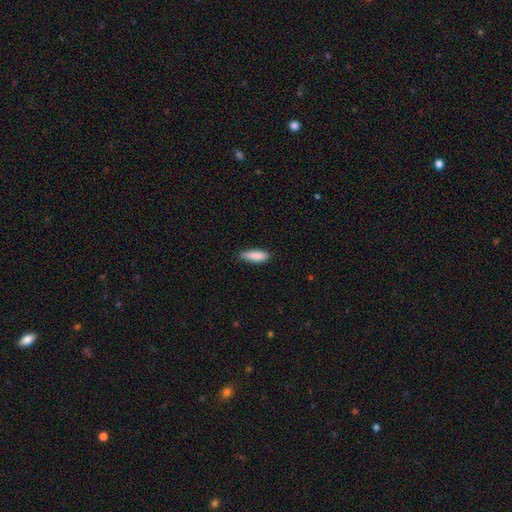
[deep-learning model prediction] Morphology: type=smooth (88%); roundness=cigar-shaped (51%); merging=none (76%).